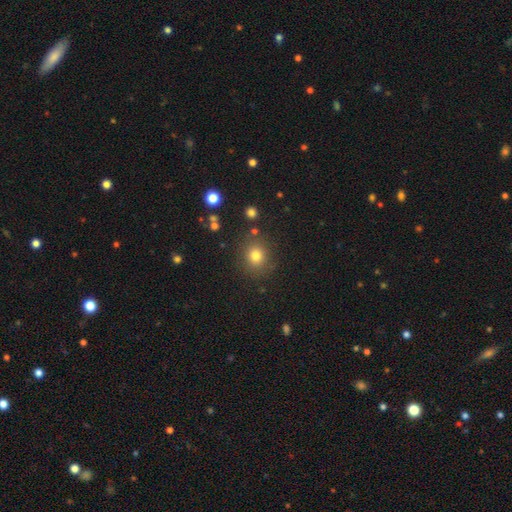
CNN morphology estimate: The model was most divided on "how rounded": round: 81%, in between: 18%, cigar-shaped: 1%. More confident: merging — none (84%); smooth or featured — smooth (79%).